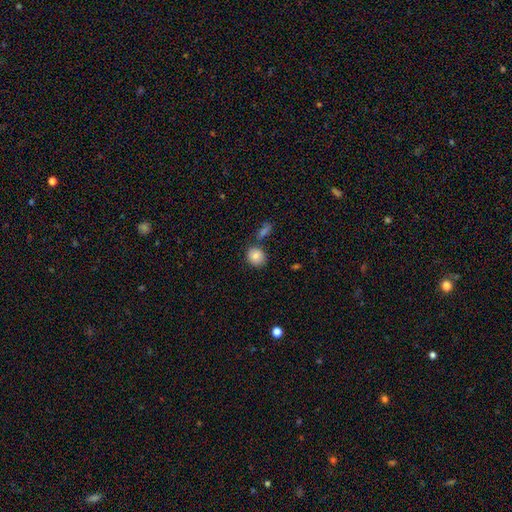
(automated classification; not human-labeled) smooth 84%, star or artifact 9%, featured or disk 8%. Down the decision tree: how rounded — round (71%); merging — none (75%).